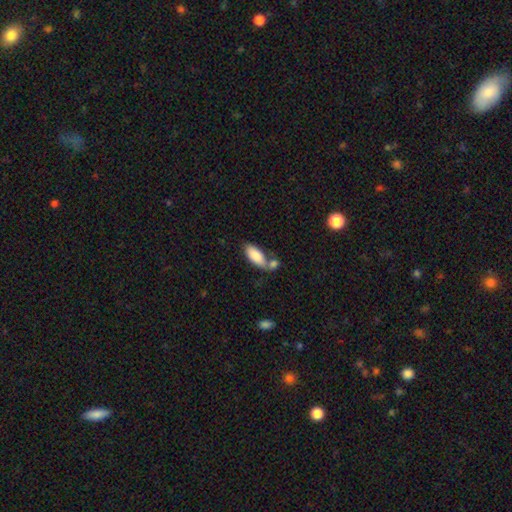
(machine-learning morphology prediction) Smooth or featured? Predicted: smooth (p=0.85). How rounded? Predicted: in between (p=0.86). Merging? Predicted: none (p=0.43).